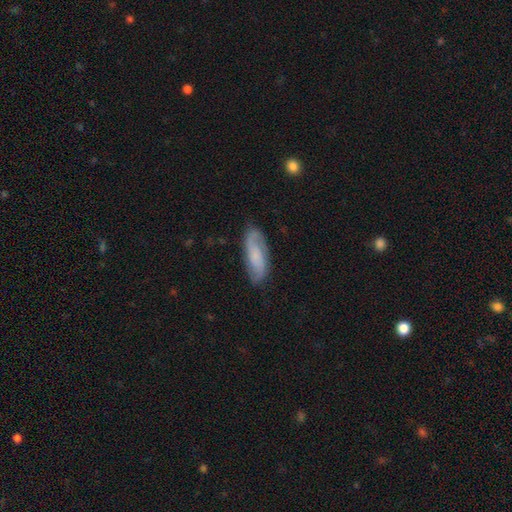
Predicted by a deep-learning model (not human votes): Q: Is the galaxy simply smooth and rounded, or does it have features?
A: featured or disk — 57%.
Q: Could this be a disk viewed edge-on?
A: no — 88%.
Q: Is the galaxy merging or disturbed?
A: none — 79%.